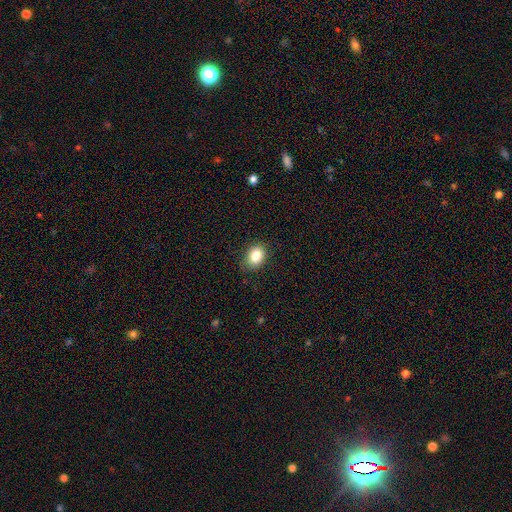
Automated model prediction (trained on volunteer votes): This appears to be a smooth galaxy with no disk features (84%) that is in between round and cigar-shaped (67%). Merging: none (83%).